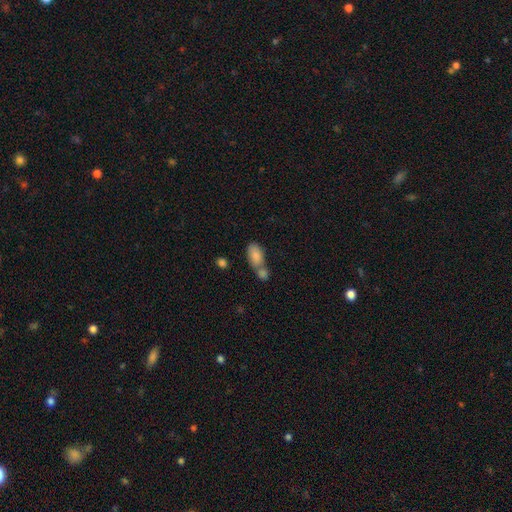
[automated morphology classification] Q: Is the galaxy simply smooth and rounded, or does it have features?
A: smooth — 84%.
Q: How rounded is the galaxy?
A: in between — 92%.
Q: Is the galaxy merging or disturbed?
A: merger — 55%.